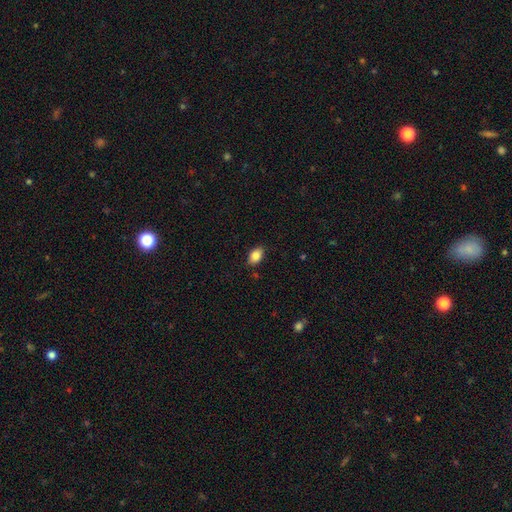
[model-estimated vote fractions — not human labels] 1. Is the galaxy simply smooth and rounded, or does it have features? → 85% smooth, 8% star or artifact, 7% featured or disk.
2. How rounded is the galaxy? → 88% in between, 11% round, 2% cigar-shaped.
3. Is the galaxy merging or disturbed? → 85% none, 11% minor disturbance, 2% major disturbance, 1% merger.